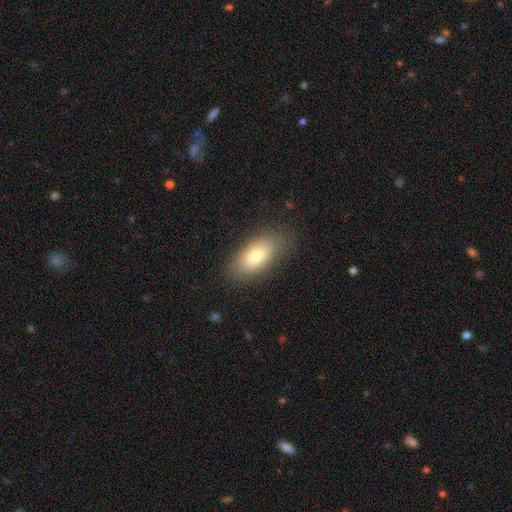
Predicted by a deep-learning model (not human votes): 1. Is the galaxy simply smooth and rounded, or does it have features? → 75% smooth, 17% featured or disk, 8% star or artifact.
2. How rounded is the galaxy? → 90% in between, 6% cigar-shaped, 5% round.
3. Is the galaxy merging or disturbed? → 81% none, 13% minor disturbance, 4% major disturbance, 1% merger.